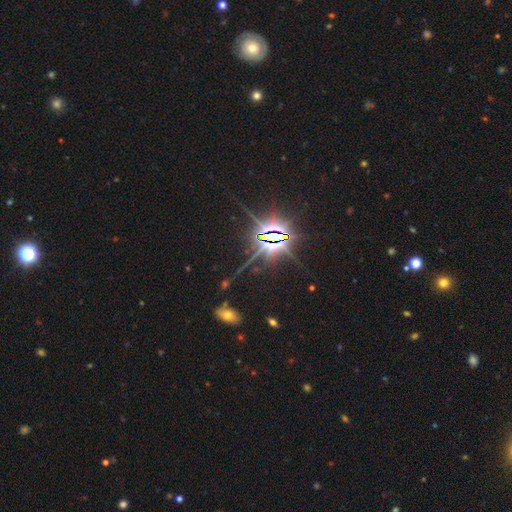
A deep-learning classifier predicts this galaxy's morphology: Q: Smooth or featured?
A: star or artifact (86%); runner-up: smooth (8%)